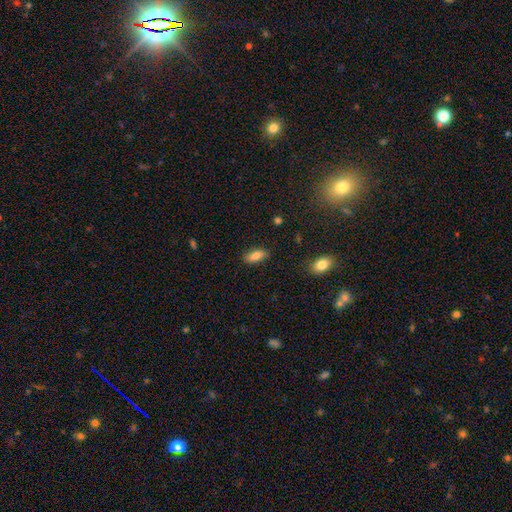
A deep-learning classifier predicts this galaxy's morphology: Smooth or featured? smooth (84%)
How rounded? in between (81%)
Merging? none (84%)